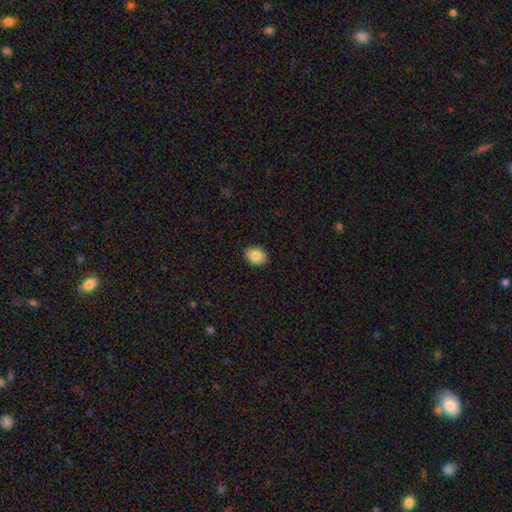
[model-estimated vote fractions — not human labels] A smooth galaxy with no disk features (85%) that is in between round and cigar-shaped (68%).

Vote fractions:
- Smooth or featured? smooth: 85% / star or artifact: 8% / featured or disk: 7%
- How rounded? in between: 68% / round: 31% / cigar-shaped: 1%
- Merging? none: 89% / minor disturbance: 9% / major disturbance: 2% / merger: 1%